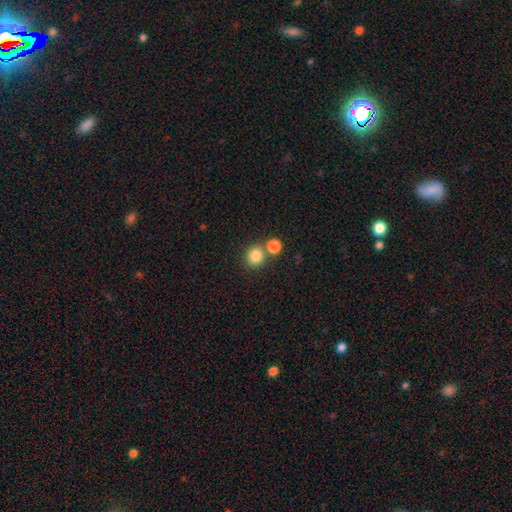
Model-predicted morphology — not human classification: This appears to be a smooth galaxy with no disk features (83%) that is round (87%). Merging: none (65%).